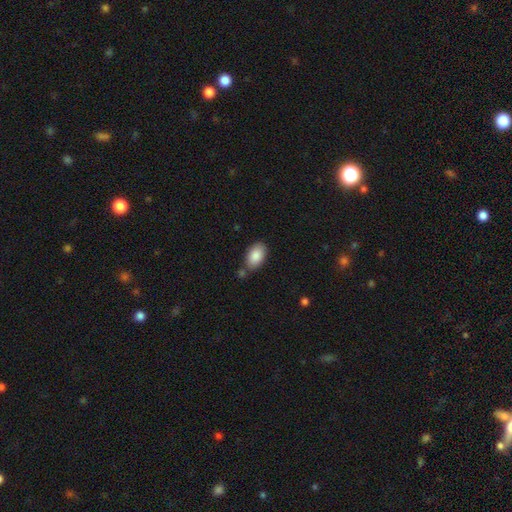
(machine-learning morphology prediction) Smooth or featured? smooth (87%)
How rounded? in between (93%)
Merging? none (73%)